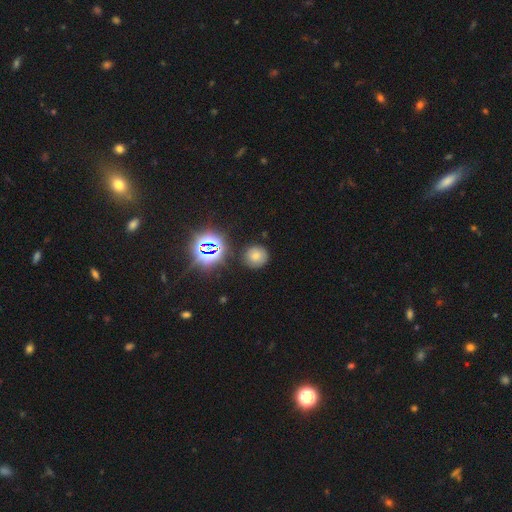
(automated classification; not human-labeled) A smooth galaxy with no disk features (50%). Merging: none (86%).